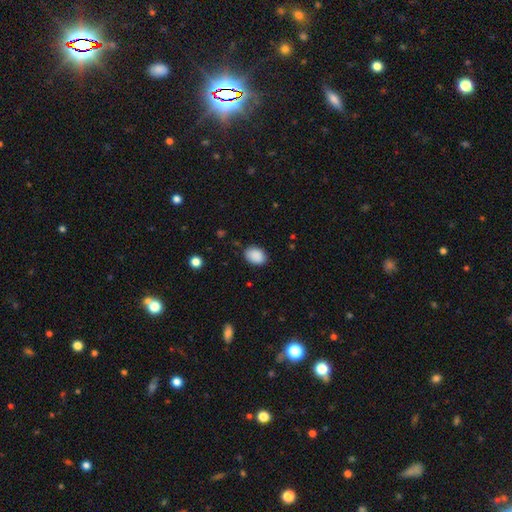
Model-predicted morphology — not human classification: Smooth or featured? smooth (90%)
How rounded? in between (75%)
Merging? none (85%)